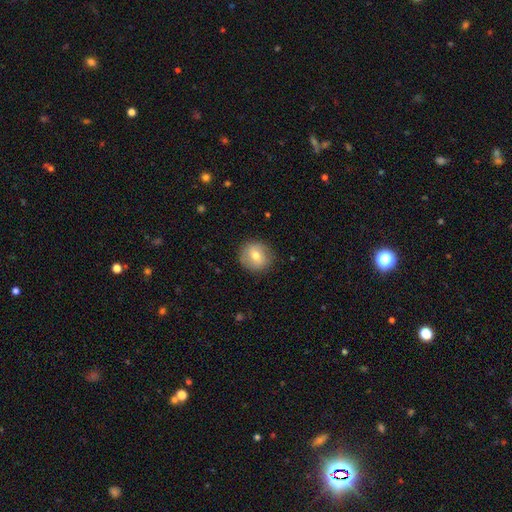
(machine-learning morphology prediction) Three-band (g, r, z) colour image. It shows a smooth galaxy with no disk features (67%) that is round (88%). Merging: none (86%).